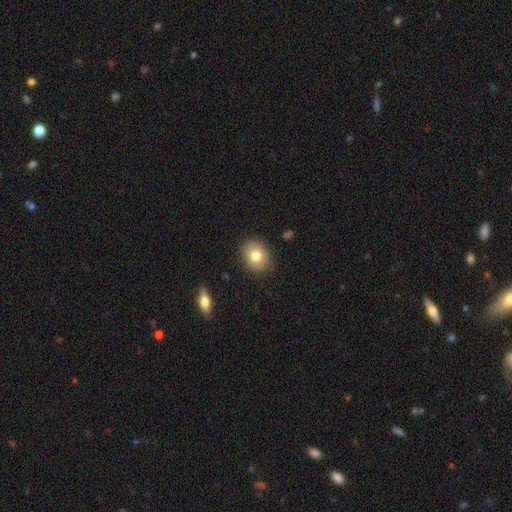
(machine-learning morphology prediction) smooth 77%, featured or disk 14%, star or artifact 9%. Down the decision tree: how rounded — round (61%); merging — none (87%).